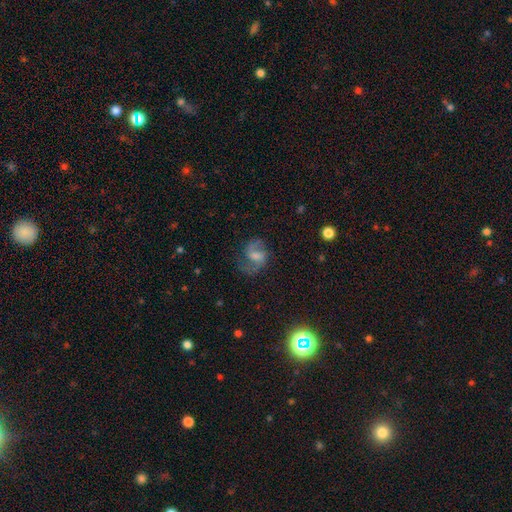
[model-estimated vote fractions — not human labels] Smooth or featured? featured or disk (76%)
Edge-on disk? no (98%)
Bar? weak (55%)
Spiral arms? yes (94%)
Spiral winding? medium (51%)
Spiral arm count? 2 (85%)
Bulge size? moderate (36%)
Merging? none (69%)